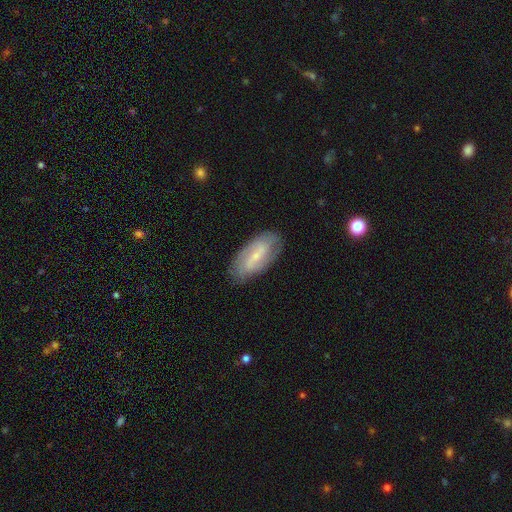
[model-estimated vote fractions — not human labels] Smooth or featured?
  - featured or disk: 68% *
  - smooth: 26%
  - star or artifact: 6%
Edge-on disk?
  - no: 92% *
  - yes: 8%
Bar?
  - weak: 45% *
  - strong: 33%
  - no: 22%
Spiral arms?
  - yes: 81% *
  - no: 19%
Spiral winding?
  - medium: 39% *
  - loose: 31%
  - tight: 29%
Spiral arm count?
  - 2: 73% *
  - can't tell: 19%
  - 3: 3%
  - 1: 3%
  - 4: 1%
  - more than 4: 1%
Bulge size?
  - small: 73% *
  - moderate: 21%
  - none: 3%
  - large: 1%
  - dominant: 1%
Merging?
  - none: 81% *
  - minor disturbance: 14%
  - major disturbance: 4%
  - merger: 1%